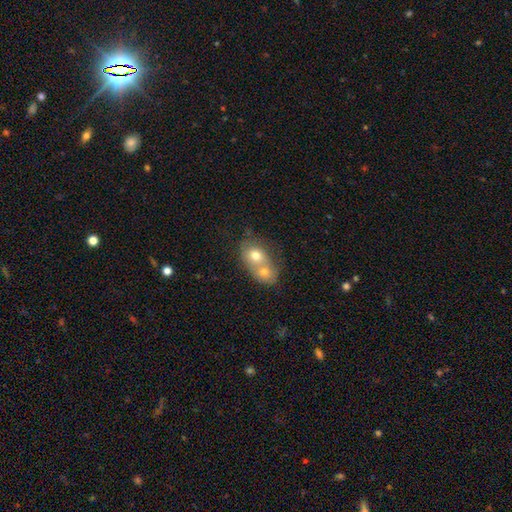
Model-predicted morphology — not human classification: smooth_or_featured: smooth (p=0.69) [alt: featured or disk p=0.22]
how_rounded: round (p=0.53) [alt: in between p=0.46]
merging: merger (p=0.74) [alt: none p=0.18]